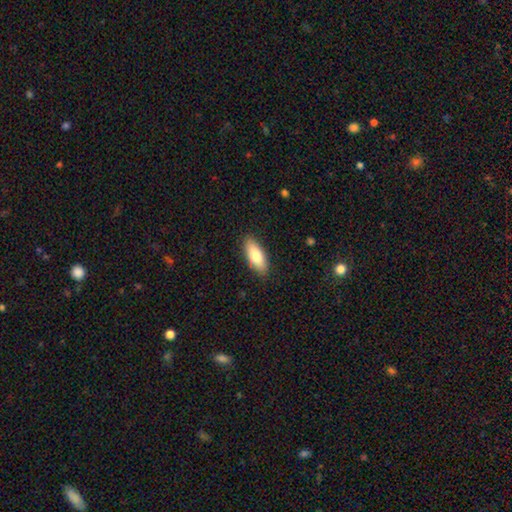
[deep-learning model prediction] The model was most divided on "how rounded": in between: 75%, cigar-shaped: 23%, round: 2%. More confident: merging — none (88%); smooth or featured — smooth (78%).